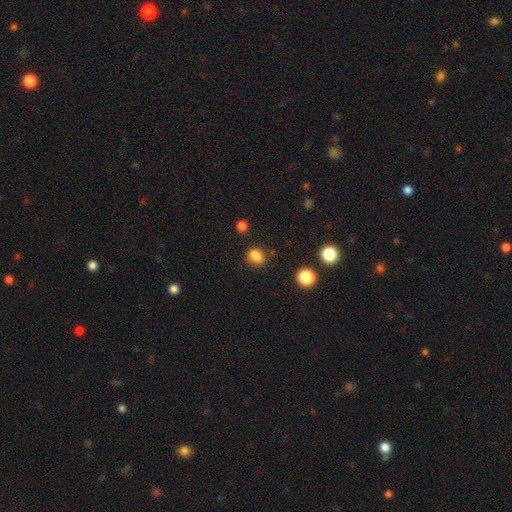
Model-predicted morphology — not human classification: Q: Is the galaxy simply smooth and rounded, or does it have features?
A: smooth — 82%.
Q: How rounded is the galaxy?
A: in between — 56%.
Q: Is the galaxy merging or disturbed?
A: none — 68%.